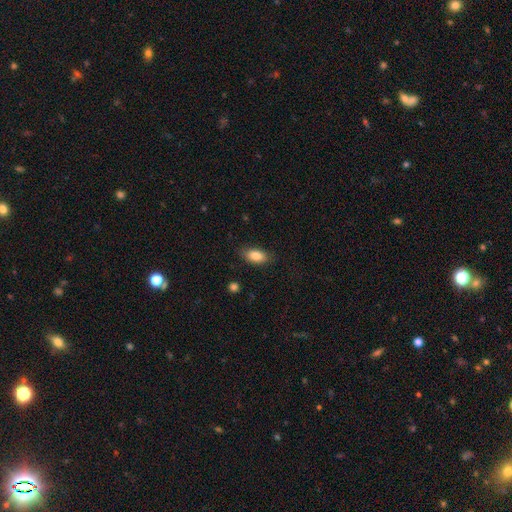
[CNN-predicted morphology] Smooth or featured? Predicted: smooth (p=0.84). How rounded? Predicted: in between (p=0.89). Merging? Predicted: none (p=0.83).